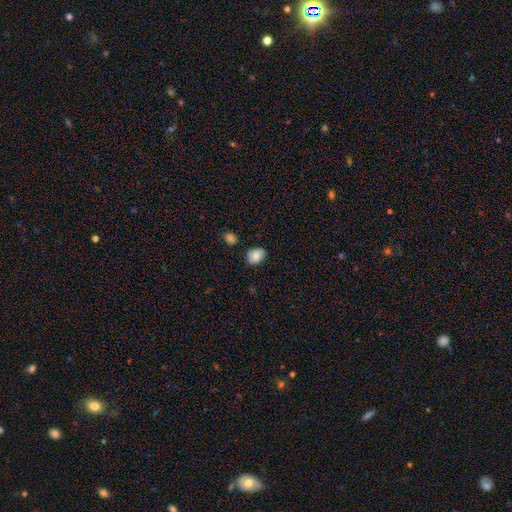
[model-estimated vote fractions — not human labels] This is likely a smooth galaxy (78%). How rounded: likely in between (64%). Merging: likely none (74%).